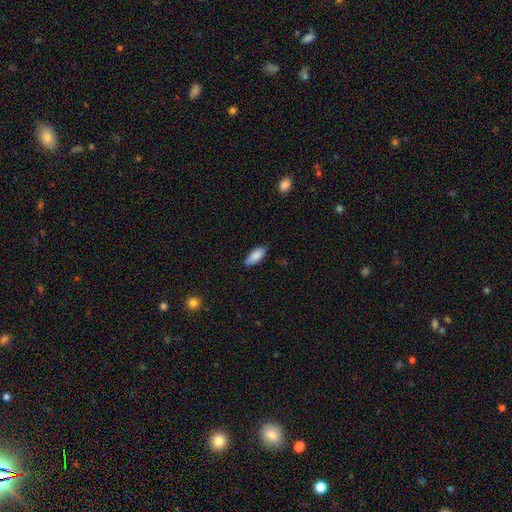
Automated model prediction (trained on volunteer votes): Morphology: type=smooth (87%); roundness=in between (82%); merging=none (83%).